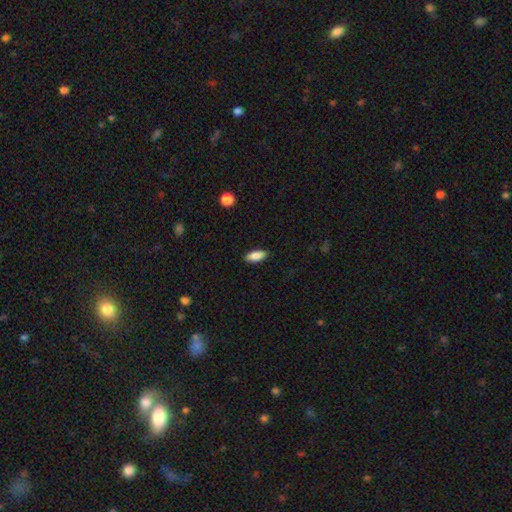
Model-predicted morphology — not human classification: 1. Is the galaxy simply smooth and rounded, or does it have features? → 87% smooth, 7% featured or disk, 6% star or artifact.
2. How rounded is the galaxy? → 81% in between, 17% cigar-shaped, 2% round.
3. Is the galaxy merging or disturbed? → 89% none, 8% minor disturbance, 2% major disturbance, 1% merger.